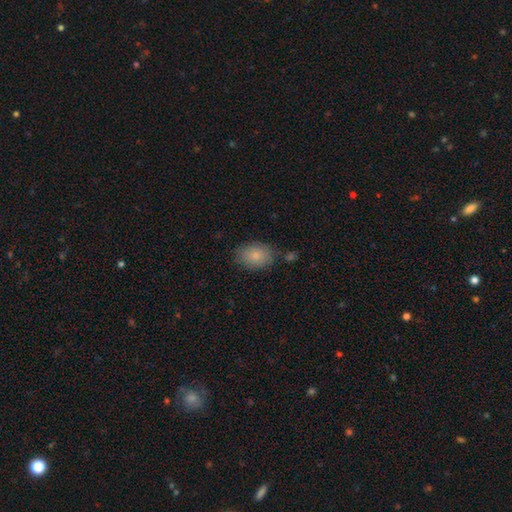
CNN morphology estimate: smooth 84%, featured or disk 9%, star or artifact 7%. Down the decision tree: how rounded — in between (79%); merging — none (79%).